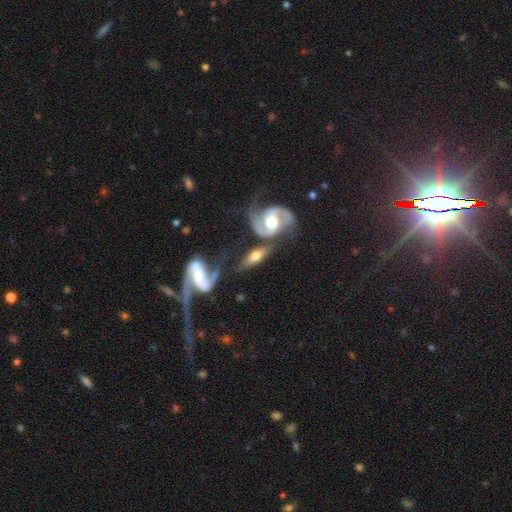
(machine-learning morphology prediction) Smooth or featured? Predicted: featured or disk (p=0.60). Edge-on disk? Predicted: no (p=0.77). Merging? Predicted: merger (p=0.39).